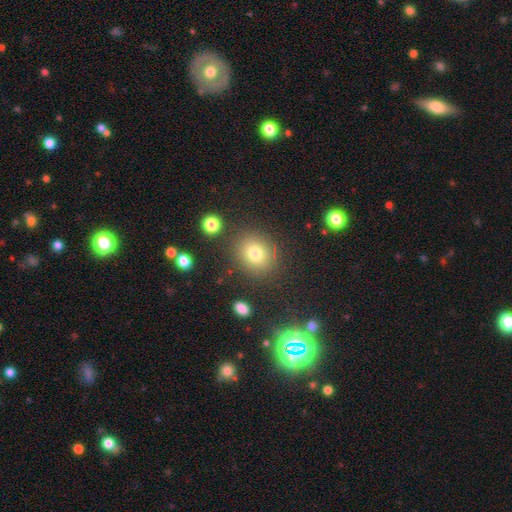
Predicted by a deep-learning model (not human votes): Smooth or featured?
  - smooth: 77% *
  - star or artifact: 14%
  - featured or disk: 10%
How rounded?
  - round: 72% *
  - in between: 27%
  - cigar-shaped: 1%
Merging?
  - none: 83% *
  - minor disturbance: 9%
  - major disturbance: 4%
  - merger: 4%